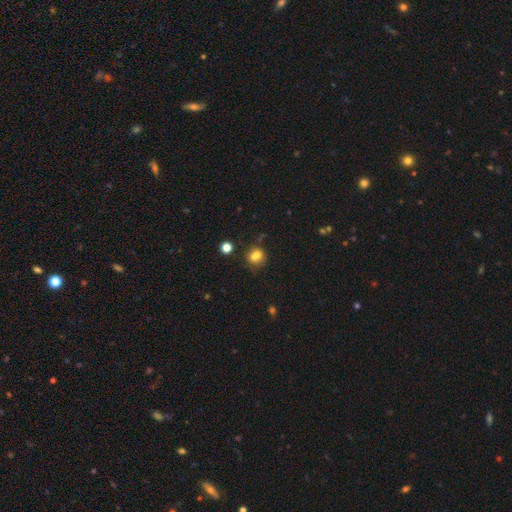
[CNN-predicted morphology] Smooth or featured? smooth (74%)
How rounded? round (57%)
Merging? none (53%)